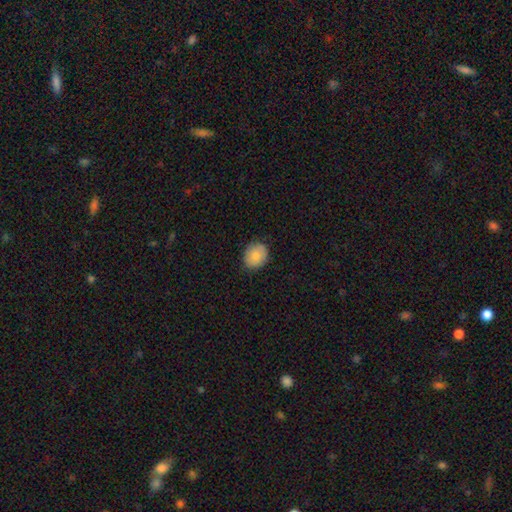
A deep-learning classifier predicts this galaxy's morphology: A smooth galaxy with no disk features (82%) that is round (62%).

Vote fractions:
- Smooth or featured? smooth: 82% / featured or disk: 11% / star or artifact: 8%
- How rounded? round: 62% / in between: 37% / cigar-shaped: 1%
- Merging? none: 84% / minor disturbance: 13% / major disturbance: 2% / merger: 1%